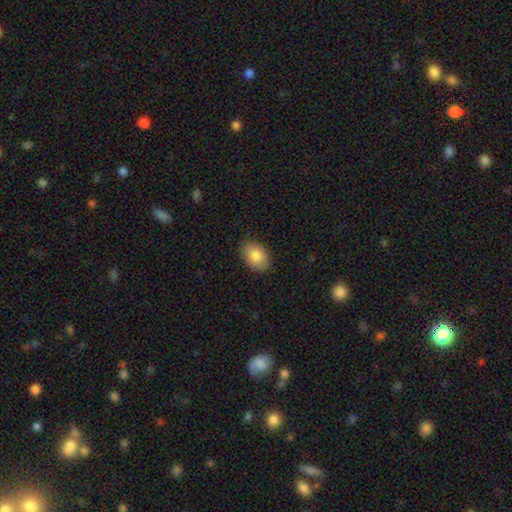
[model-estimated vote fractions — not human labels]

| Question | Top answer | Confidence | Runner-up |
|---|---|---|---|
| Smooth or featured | smooth | 84% | featured or disk (8%) |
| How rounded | in between | 83% | round (16%) |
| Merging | none | 87% | minor disturbance (10%) |